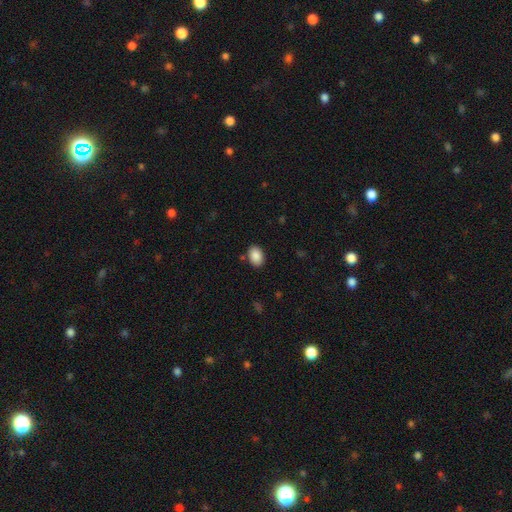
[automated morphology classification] A smooth galaxy with no disk features (89%) that is in between round and cigar-shaped (84%). Merging: none (86%).